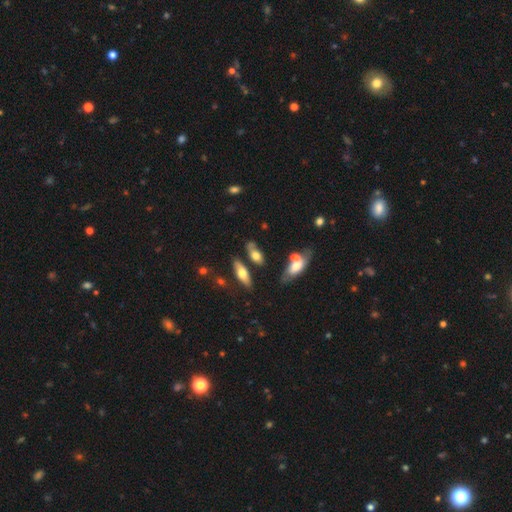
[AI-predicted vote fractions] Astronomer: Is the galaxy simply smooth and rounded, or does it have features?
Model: smooth — 62%.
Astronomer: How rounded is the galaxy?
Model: in between — 68%.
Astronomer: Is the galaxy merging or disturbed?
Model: none — 61%.